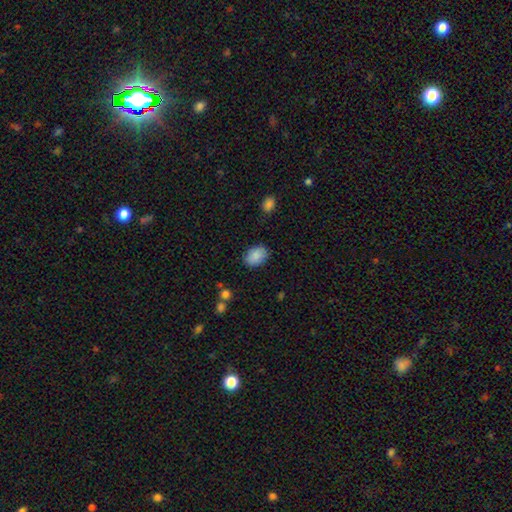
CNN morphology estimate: type=smooth (88%); roundness=in between (82%); merging=none (83%).